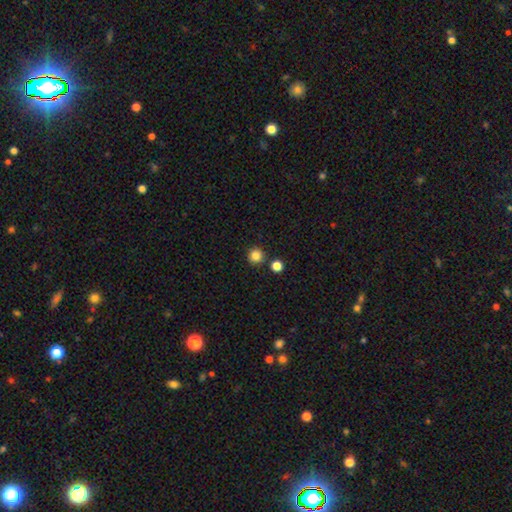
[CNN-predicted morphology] smooth 84%, star or artifact 12%, featured or disk 4%. Down the decision tree: how rounded — round (95%); merging — none (87%).